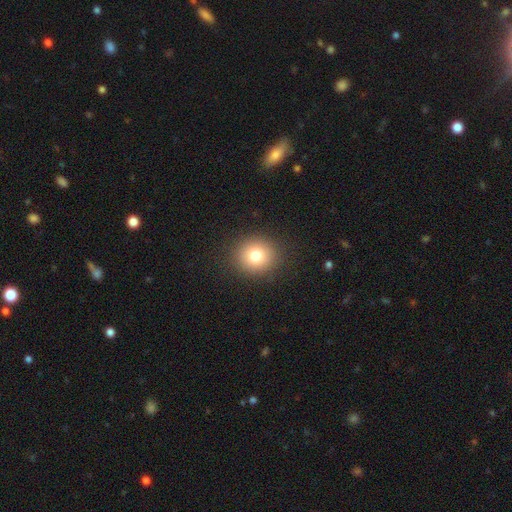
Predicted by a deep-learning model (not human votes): Smooth or featured?
  - smooth: 78% *
  - star or artifact: 12%
  - featured or disk: 9%
How rounded?
  - round: 87% *
  - in between: 12%
  - cigar-shaped: 1%
Merging?
  - none: 90% *
  - minor disturbance: 6%
  - major disturbance: 3%
  - merger: 1%